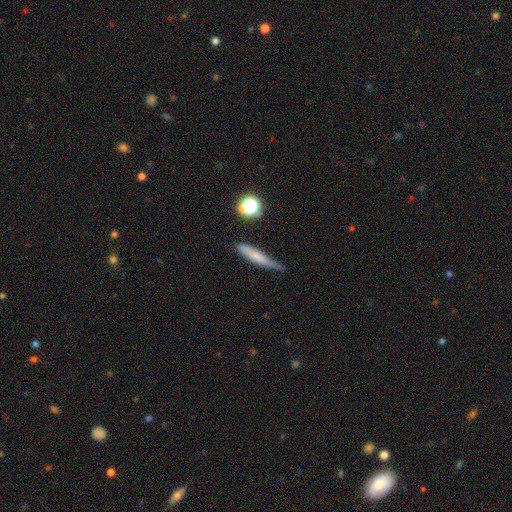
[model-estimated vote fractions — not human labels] Overall: smooth (63%; featured or disk 26%). How rounded: cigar-shaped (89%). Merging: none (68%).